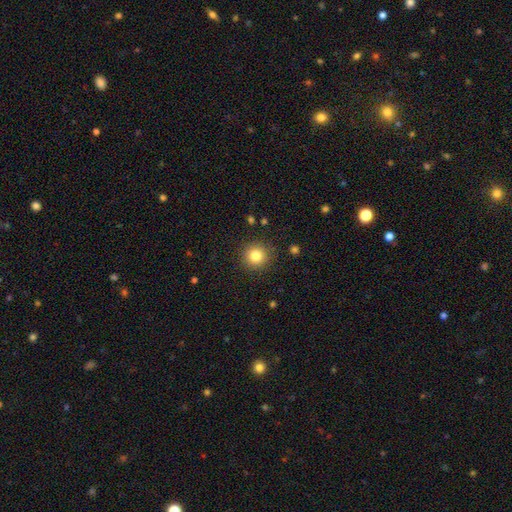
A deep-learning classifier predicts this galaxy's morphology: This is clearly a smooth galaxy (82%). How rounded: clearly round (94%). Merging: clearly none (90%).